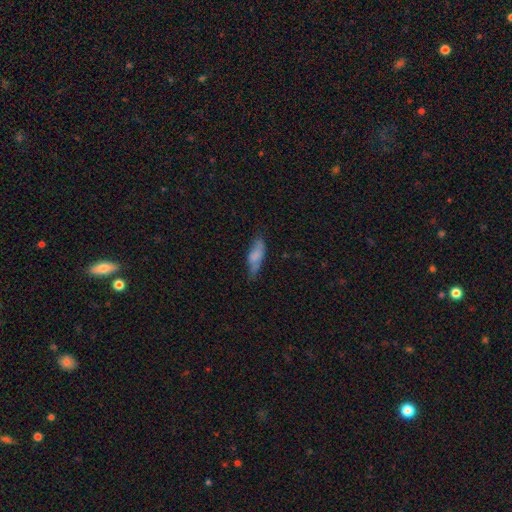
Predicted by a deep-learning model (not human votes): Smooth or featured?
  - smooth: 73% *
  - featured or disk: 19%
  - star or artifact: 8%
How rounded?
  - in between: 60% *
  - cigar-shaped: 38%
  - round: 2%
Merging?
  - none: 56% *
  - minor disturbance: 32%
  - major disturbance: 10%
  - merger: 3%